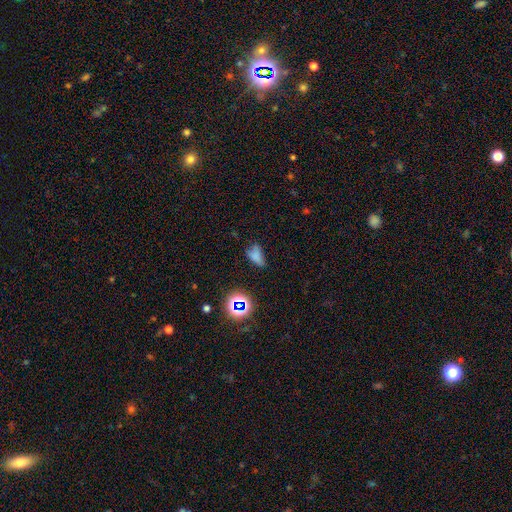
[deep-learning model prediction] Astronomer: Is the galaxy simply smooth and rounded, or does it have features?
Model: smooth — 62%.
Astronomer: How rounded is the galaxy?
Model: in between — 83%.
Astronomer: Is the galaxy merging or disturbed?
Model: none — 40% (runner-up: minor disturbance, 35%).